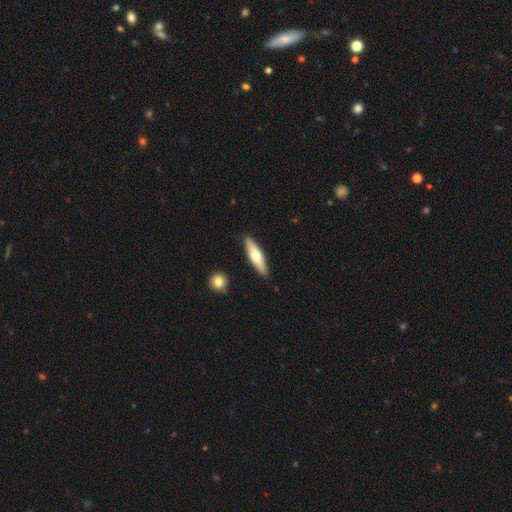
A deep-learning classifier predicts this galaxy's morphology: Smooth or featured?
  - smooth: 56% *
  - featured or disk: 39%
  - star or artifact: 5%
How rounded?
  - cigar-shaped: 66% *
  - in between: 32%
  - round: 2%
Merging?
  - none: 87% *
  - minor disturbance: 9%
  - merger: 2%
  - major disturbance: 2%